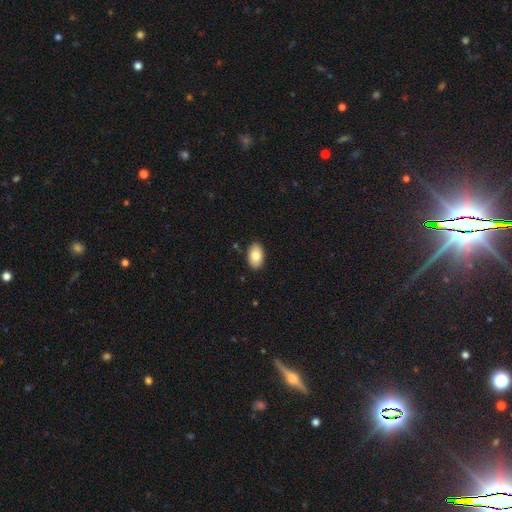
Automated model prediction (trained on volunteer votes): A smooth galaxy with no disk features (82%) that is in between round and cigar-shaped (92%).

Vote fractions:
- Smooth or featured? smooth: 82% / featured or disk: 11% / star or artifact: 7%
- How rounded? in between: 92% / round: 7% / cigar-shaped: 1%
- Merging? none: 88% / minor disturbance: 9% / major disturbance: 2% / merger: 1%